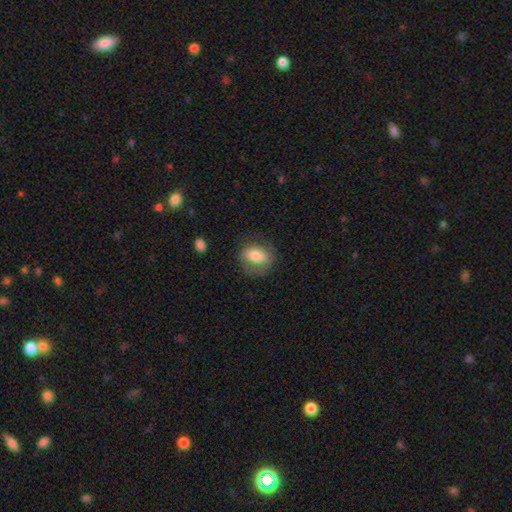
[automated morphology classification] Smooth or featured? Predicted: smooth (p=0.64). How rounded? Predicted: in between (p=0.52). Merging? Predicted: none (p=0.69).